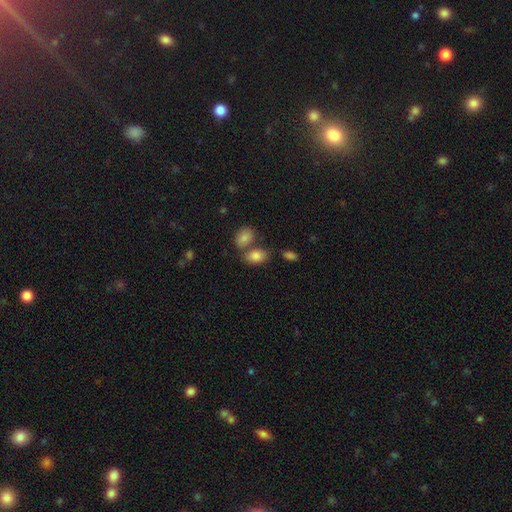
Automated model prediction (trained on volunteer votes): This is clearly a smooth galaxy (84%). How rounded: clearly in between (87%). Merging: possibly none (52%).